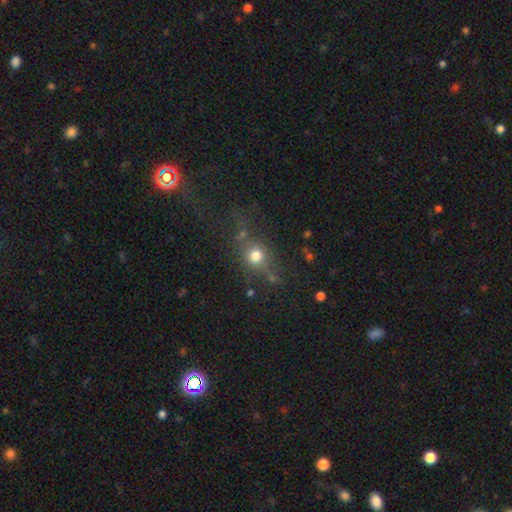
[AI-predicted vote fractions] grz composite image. It shows a smooth galaxy with no disk features (65%) that is round (75%). Merging: none (65%).